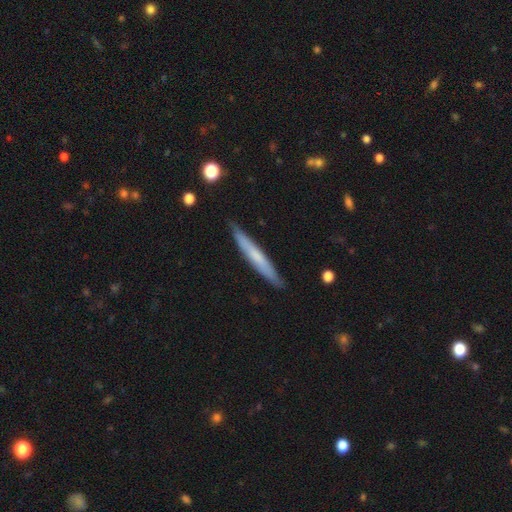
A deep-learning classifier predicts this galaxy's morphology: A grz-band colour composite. It shows a smooth galaxy with no disk features (57%) that is cigar-shaped (96%). Merging: none (88%).